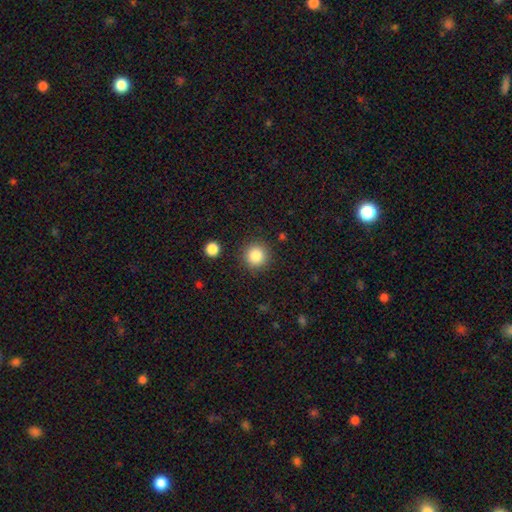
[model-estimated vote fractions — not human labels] A smooth galaxy with no disk features (85%) that is round (94%).

Vote fractions:
- Smooth or featured? smooth: 85% / star or artifact: 10% / featured or disk: 5%
- How rounded? round: 94% / in between: 5% / cigar-shaped: 1%
- Merging? none: 88% / minor disturbance: 7% / major disturbance: 3% / merger: 2%